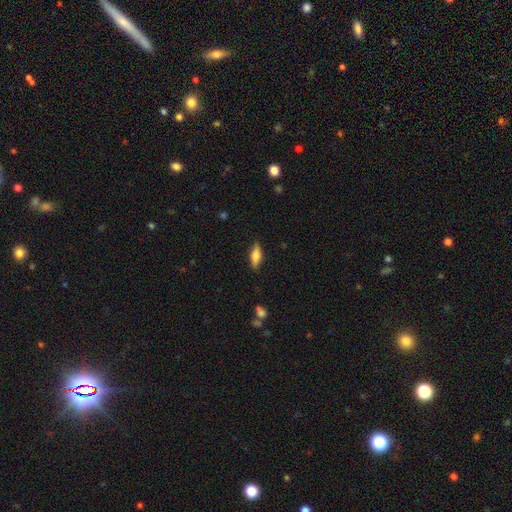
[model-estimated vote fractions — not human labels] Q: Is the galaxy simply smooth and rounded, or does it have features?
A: smooth — 67%.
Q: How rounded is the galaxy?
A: in between — 62%.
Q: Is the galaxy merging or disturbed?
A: none — 84%.